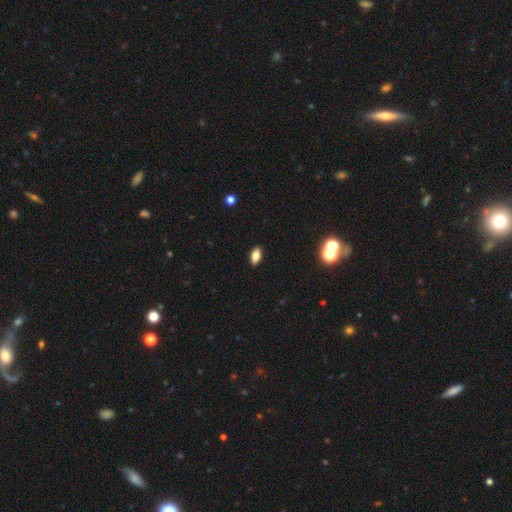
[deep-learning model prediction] Smooth or featured? Predicted: smooth (p=0.76). How rounded? Predicted: in between (p=0.86). Merging? Predicted: none (p=0.89).